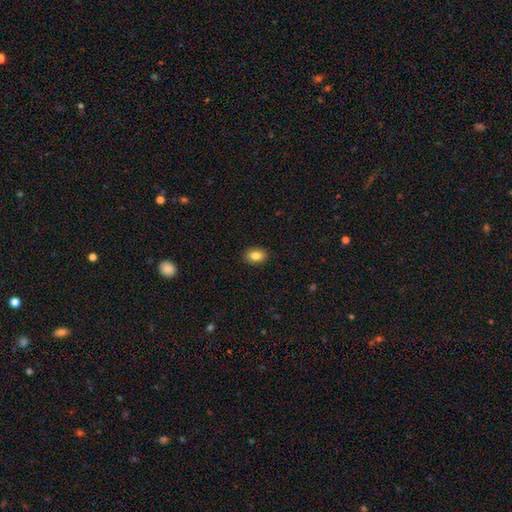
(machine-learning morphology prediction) A smooth galaxy with no disk features (84%) that is in between round and cigar-shaped (80%).

Vote fractions:
- Smooth or featured? smooth: 84% / star or artifact: 8% / featured or disk: 8%
- How rounded? in between: 80% / round: 18% / cigar-shaped: 1%
- Merging? none: 90% / minor disturbance: 8% / major disturbance: 2% / merger: 1%